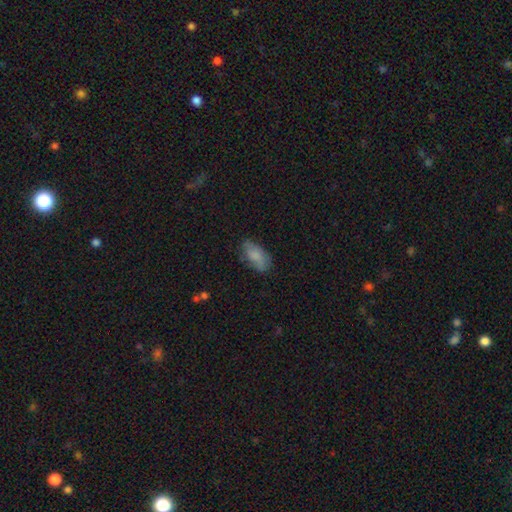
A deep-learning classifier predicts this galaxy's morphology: Smooth or featured? Predicted: smooth (p=0.74). How rounded? Predicted: in between (p=0.92). Merging? Predicted: none (p=0.65).